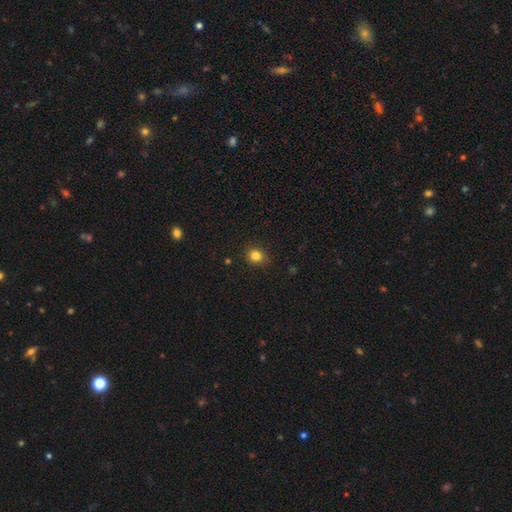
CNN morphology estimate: A smooth galaxy with no disk features (82%) that is round (77%).

Vote fractions:
- Smooth or featured? smooth: 82% / star or artifact: 12% / featured or disk: 5%
- How rounded? round: 77% / in between: 22% / cigar-shaped: 1%
- Merging? none: 88% / minor disturbance: 9% / major disturbance: 2% / merger: 1%